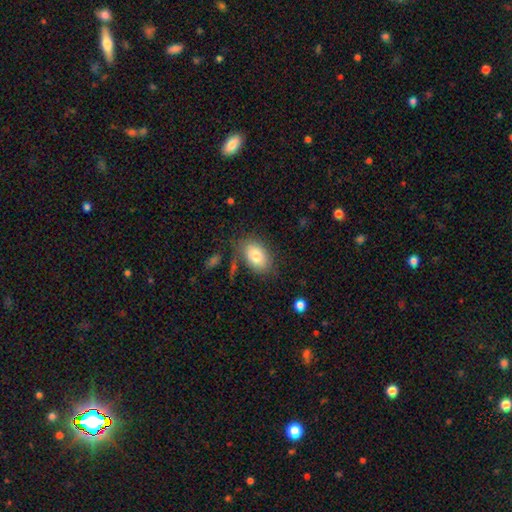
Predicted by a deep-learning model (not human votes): The model was most divided on "merging": none: 73%, minor disturbance: 16%, major disturbance: 6%, merger: 5%. More confident: how rounded — in between (89%); smooth or featured — smooth (80%).